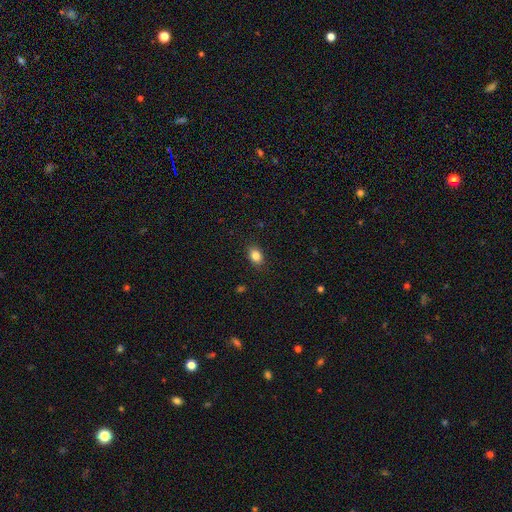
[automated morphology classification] A smooth galaxy with no disk features (85%) that is in between round and cigar-shaped (77%).

Vote fractions:
- Smooth or featured? smooth: 85% / star or artifact: 9% / featured or disk: 6%
- How rounded? in between: 77% / round: 22% / cigar-shaped: 1%
- Merging? none: 88% / minor disturbance: 9% / major disturbance: 2% / merger: 1%